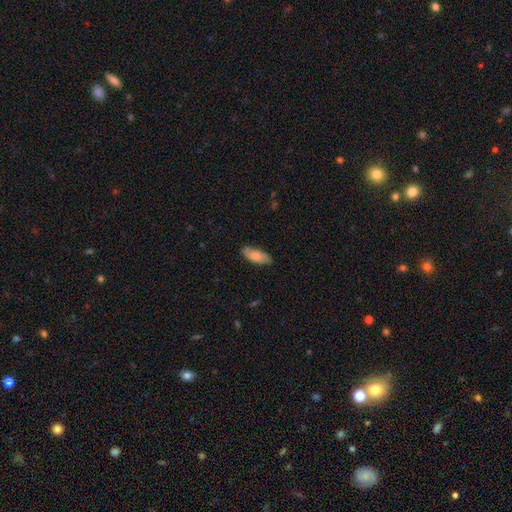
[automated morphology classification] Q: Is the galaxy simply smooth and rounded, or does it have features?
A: smooth — 77%.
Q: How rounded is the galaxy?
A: in between — 77%.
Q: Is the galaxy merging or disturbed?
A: none — 76%.